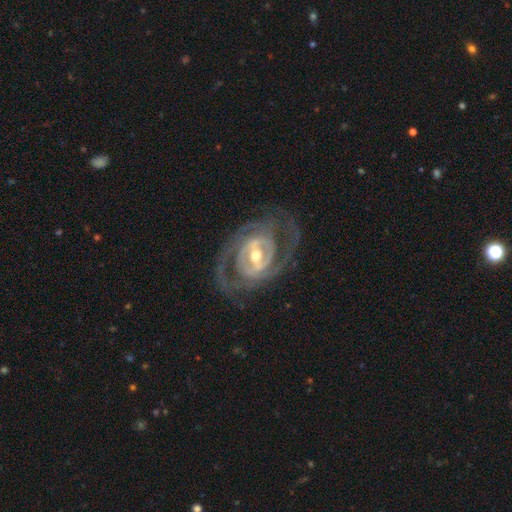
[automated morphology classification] Q: Smooth or featured?
A: featured or disk (90%); runner-up: smooth (5%)
Q: Edge-on disk?
A: no (96%); runner-up: yes (4%)
Q: Bar?
A: strong (48%); runner-up: weak (37%)
Q: Spiral arms?
A: yes (91%); runner-up: no (9%)
Q: Spiral winding?
A: tight (50%); runner-up: medium (39%)
Q: Spiral arm count?
A: 2 (56%); runner-up: can't tell (16%)
Q: Bulge size?
A: moderate (64%); runner-up: small (29%)
Q: Merging?
A: none (72%); runner-up: minor disturbance (15%)